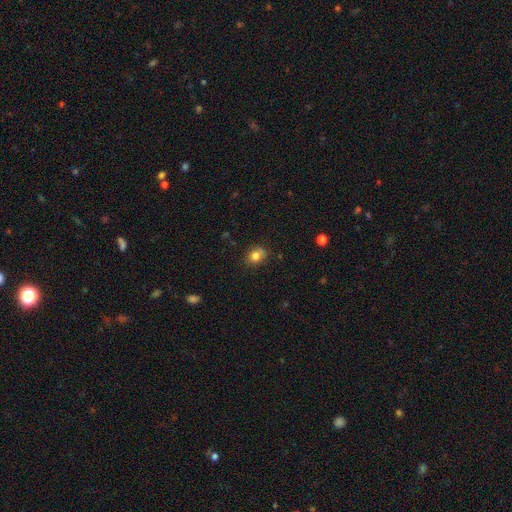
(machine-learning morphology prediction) Q: Smooth or featured?
A: smooth (81%); runner-up: star or artifact (11%)
Q: How rounded?
A: round (56%); runner-up: in between (43%)
Q: Merging?
A: none (76%); runner-up: minor disturbance (18%)